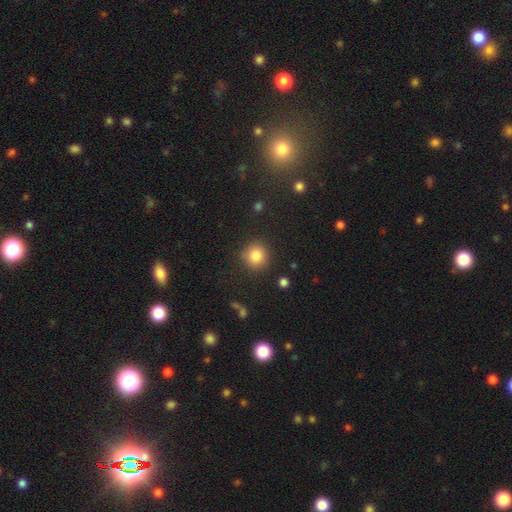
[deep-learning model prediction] This is clearly a smooth galaxy (84%). How rounded: clearly round (90%). Merging: clearly none (88%).